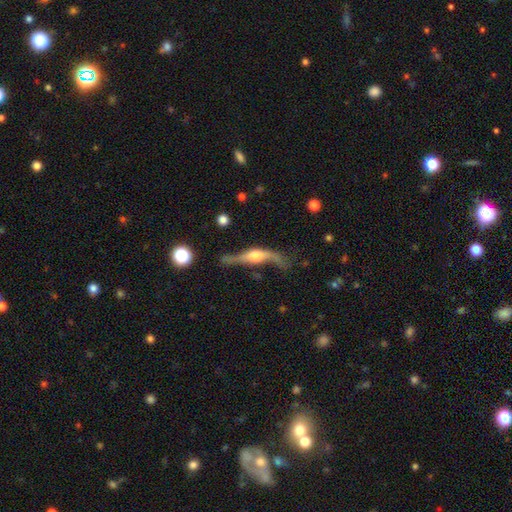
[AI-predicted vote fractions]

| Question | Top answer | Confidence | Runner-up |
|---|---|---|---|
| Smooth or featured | featured or disk | 76% | smooth (18%) |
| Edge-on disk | yes | 69% | no (31%) |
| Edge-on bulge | rounded | 87% | boxy (9%) |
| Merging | none | 45% | minor disturbance (27%) |